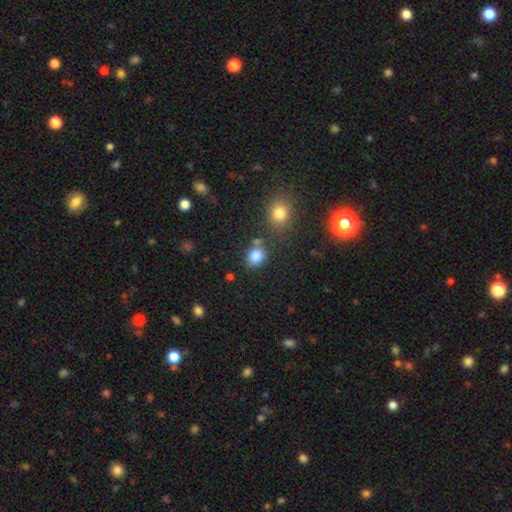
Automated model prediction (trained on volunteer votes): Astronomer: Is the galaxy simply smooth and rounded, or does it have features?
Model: smooth — 83%.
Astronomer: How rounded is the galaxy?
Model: round — 70%.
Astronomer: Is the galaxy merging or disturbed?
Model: none — 72%.